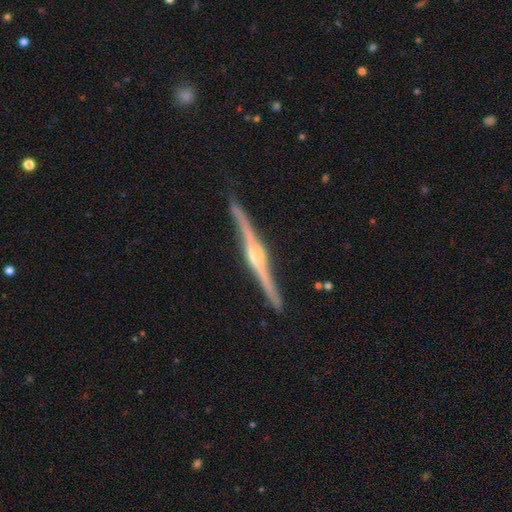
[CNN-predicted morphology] Smooth or featured? featured or disk (89%)
Edge-on disk? yes (98%)
Edge-on bulge? rounded (83%)
Merging? none (87%)